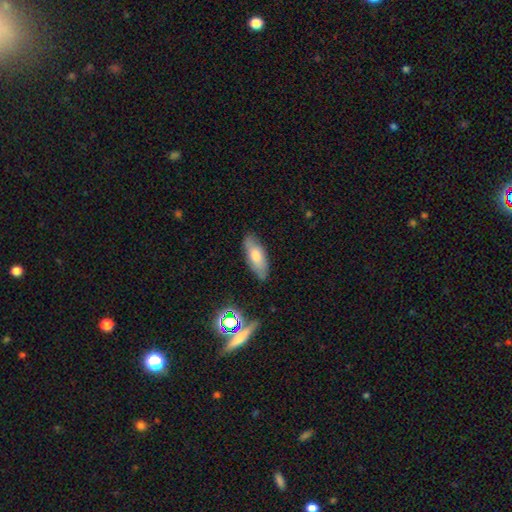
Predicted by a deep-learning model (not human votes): Smooth or featured?
  - smooth: 66% *
  - featured or disk: 25%
  - star or artifact: 9%
How rounded?
  - in between: 70% *
  - cigar-shaped: 27%
  - round: 3%
Merging?
  - none: 82% *
  - minor disturbance: 14%
  - major disturbance: 3%
  - merger: 2%